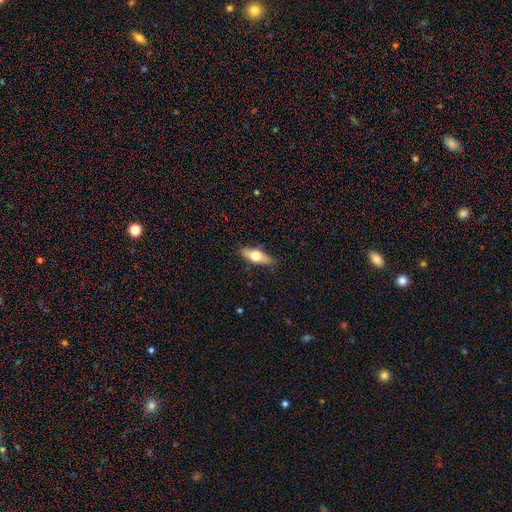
smooth_or_featured: smooth (p=0.54) [alt: featured or disk p=0.44]
how_rounded: in between (p=0.64) [alt: cigar-shaped p=0.36]
merging: none (p=0.90) [alt: minor disturbance p=0.10]